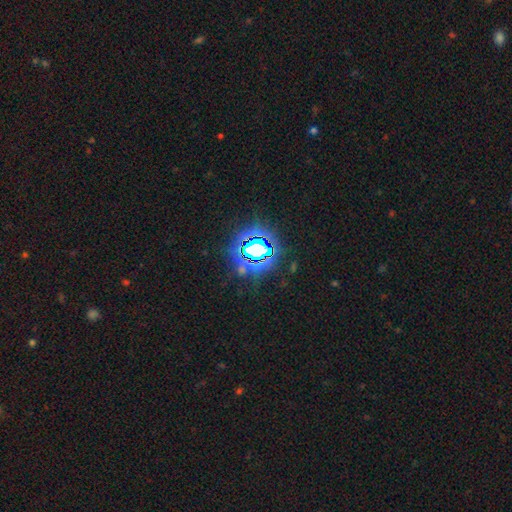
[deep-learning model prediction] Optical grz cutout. It shows a star or artifact, not a galaxy (81%).